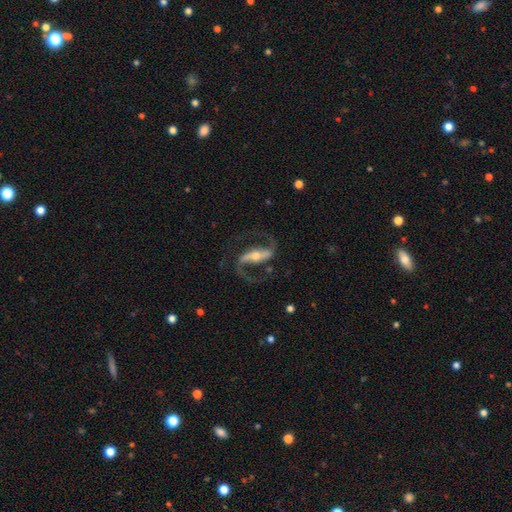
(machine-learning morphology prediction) Smooth or featured? featured or disk (92%)
Edge-on disk? no (96%)
Bar? strong (65%)
Spiral arms? yes (97%)
Spiral winding? medium (47%)
Spiral arm count? 2 (94%)
Bulge size? moderate (50%)
Merging? none (80%)